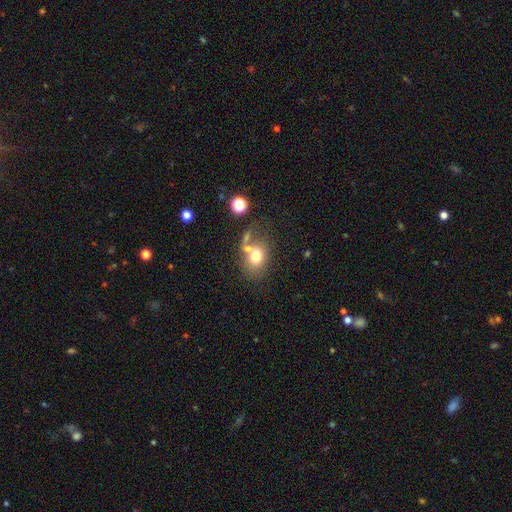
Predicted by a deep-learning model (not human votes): Overall: smooth (72%). How rounded: in between (55%; round 44%). Merging: none (44%; merger 31%).